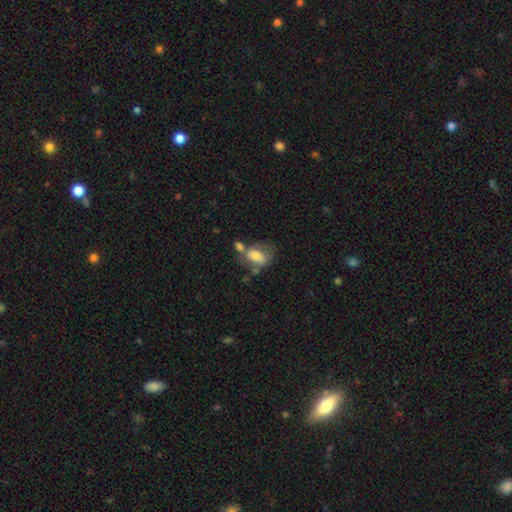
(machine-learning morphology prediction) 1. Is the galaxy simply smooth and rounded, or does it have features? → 65% smooth, 27% featured or disk, 9% star or artifact.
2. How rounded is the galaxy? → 83% in between, 15% round, 2% cigar-shaped.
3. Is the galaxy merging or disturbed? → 35% merger, 29% none, 19% minor disturbance, 17% major disturbance.